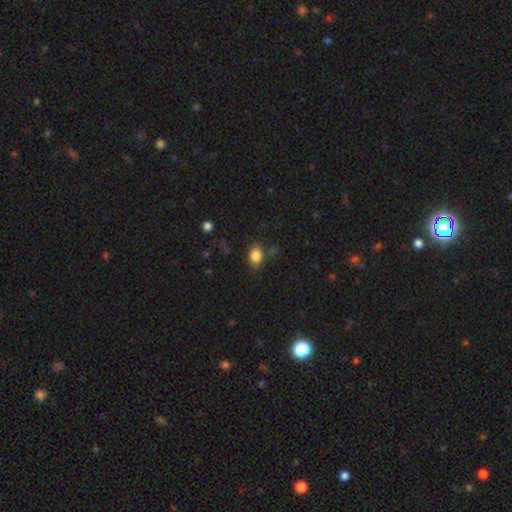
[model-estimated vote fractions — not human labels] Morphology: type=smooth (83%); roundness=in between (76%); merging=none (71%).